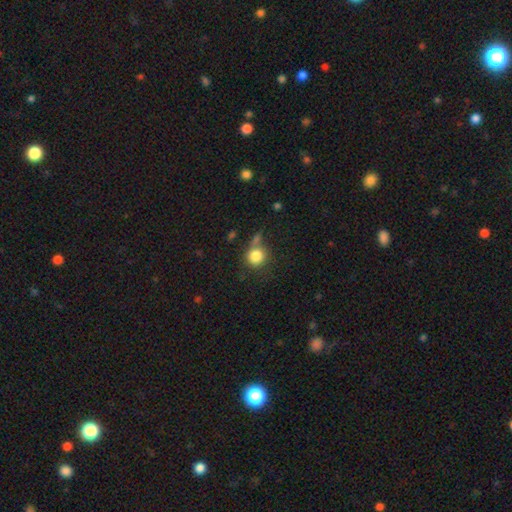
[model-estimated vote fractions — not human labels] A smooth galaxy with no disk features (83%) that is round (91%). Merging: none (64%).